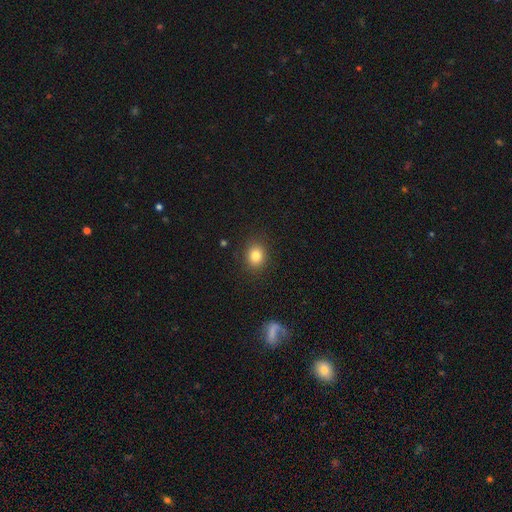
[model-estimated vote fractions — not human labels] Overall: smooth (82%). How rounded: round (63%; in between 36%). Merging: none (88%).